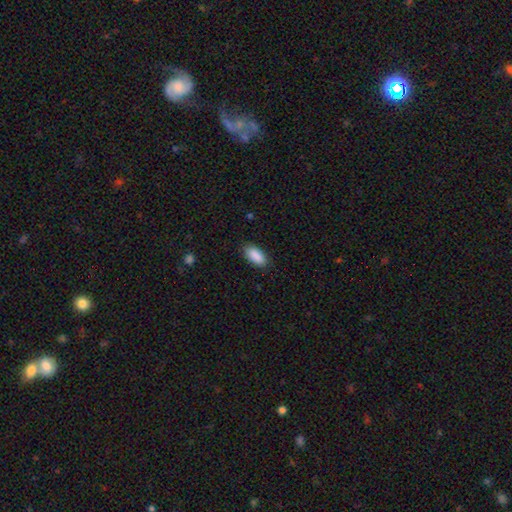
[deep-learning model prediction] Overall: smooth (90%). How rounded: in between (90%). Merging: none (87%).